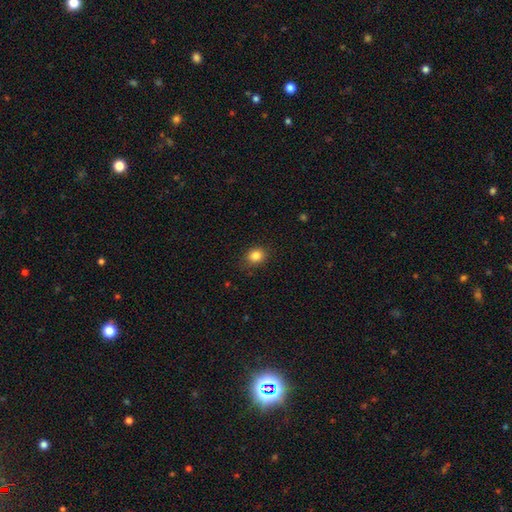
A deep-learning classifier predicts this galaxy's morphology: This appears to be a smooth galaxy with no disk features (84%) that is round (63%). Merging: none (84%).